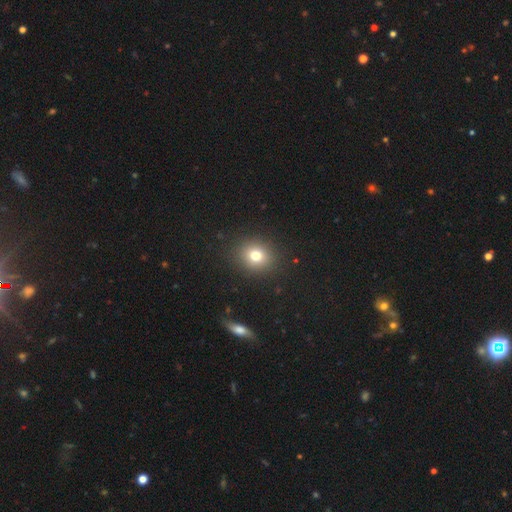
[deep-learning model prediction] smooth 76%, star or artifact 14%, featured or disk 10%. Down the decision tree: how rounded — round (77%); merging — none (89%).